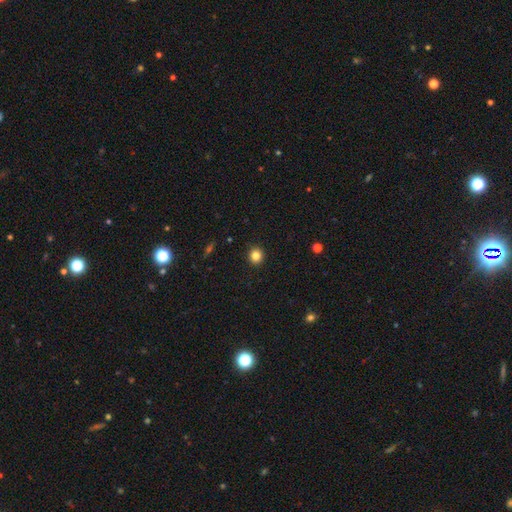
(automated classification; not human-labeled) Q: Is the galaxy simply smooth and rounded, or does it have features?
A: smooth — 84%.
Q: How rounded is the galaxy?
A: round — 90%.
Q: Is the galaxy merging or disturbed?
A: none — 92%.